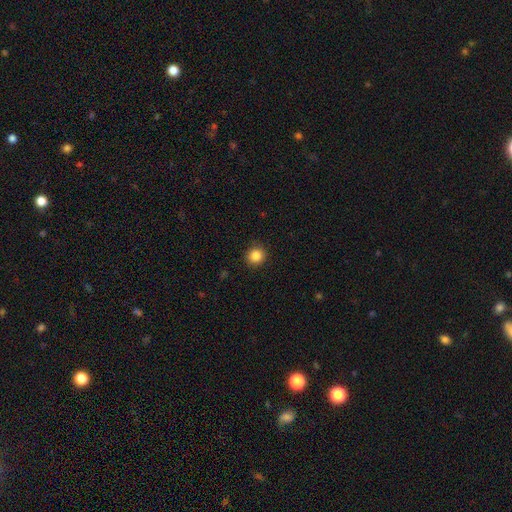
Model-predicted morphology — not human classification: A smooth galaxy with no disk features (85%) that is round (91%). Merging: none (91%).